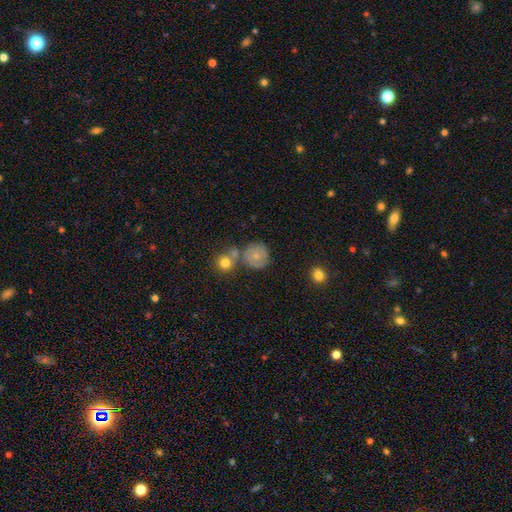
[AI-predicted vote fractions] A smooth galaxy with no disk features (66%) that is round (89%). Merging: none (60%).